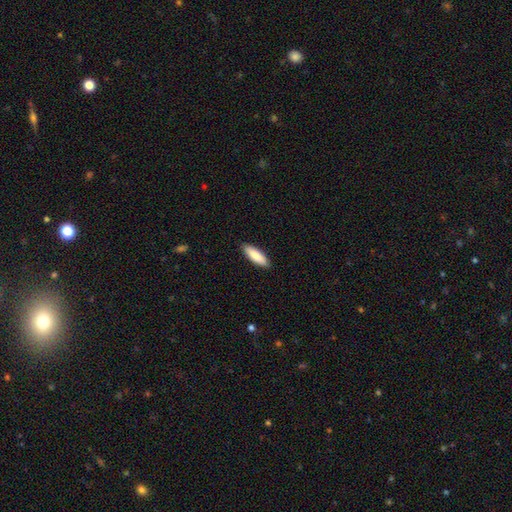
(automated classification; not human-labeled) smooth-or-featured: smooth: 86% | featured or disk: 9% | star or artifact: 5%
  how-rounded: in between: 53% | cigar-shaped: 45% | round: 1%
  merging: none: 89% | minor disturbance: 8% | major disturbance: 2% | merger: 1%